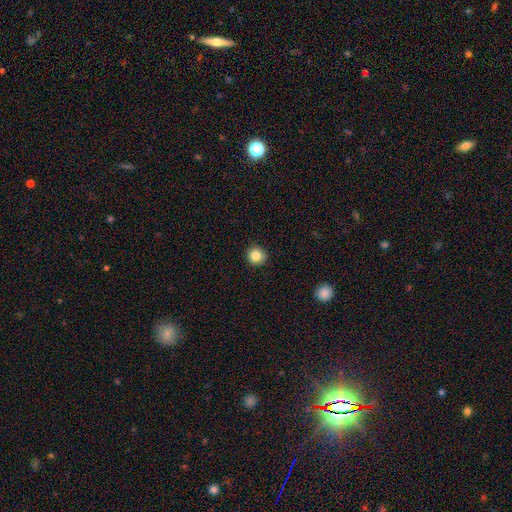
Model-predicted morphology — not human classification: A smooth galaxy with no disk features (84%) that is round (92%).

Vote fractions:
- Smooth or featured? smooth: 84% / star or artifact: 11% / featured or disk: 6%
- How rounded? round: 92% / in between: 7% / cigar-shaped: 1%
- Merging? none: 90% / minor disturbance: 7% / major disturbance: 2% / merger: 1%